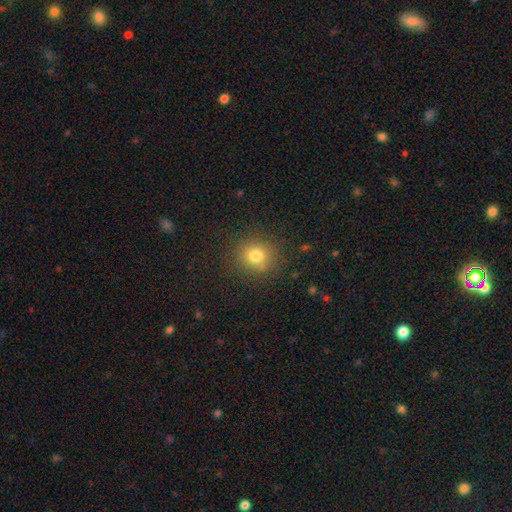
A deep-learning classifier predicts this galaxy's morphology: Overall: smooth (78%). How rounded: round (87%). Merging: none (86%).